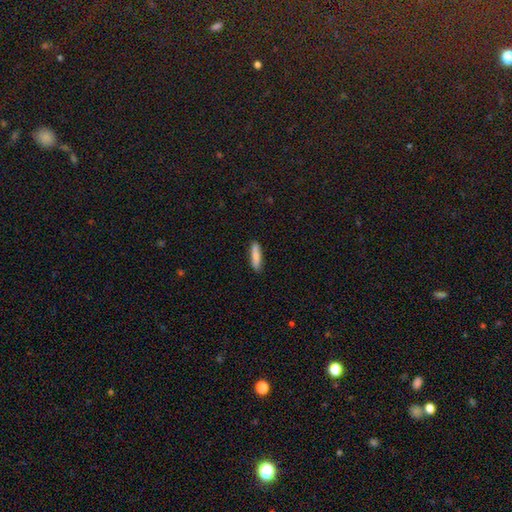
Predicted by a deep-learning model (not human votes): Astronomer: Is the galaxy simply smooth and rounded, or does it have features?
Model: smooth — 81%.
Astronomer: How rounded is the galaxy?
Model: cigar-shaped — 74%.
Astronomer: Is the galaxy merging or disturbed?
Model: none — 88%.